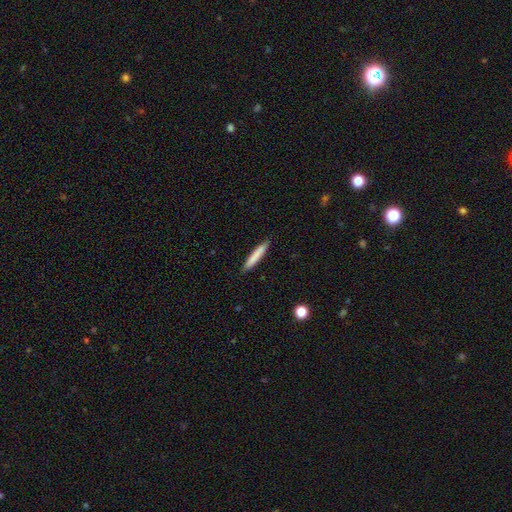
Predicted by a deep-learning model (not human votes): Morphology: type=smooth (78%); roundness=cigar-shaped (93%); merging=none (88%).